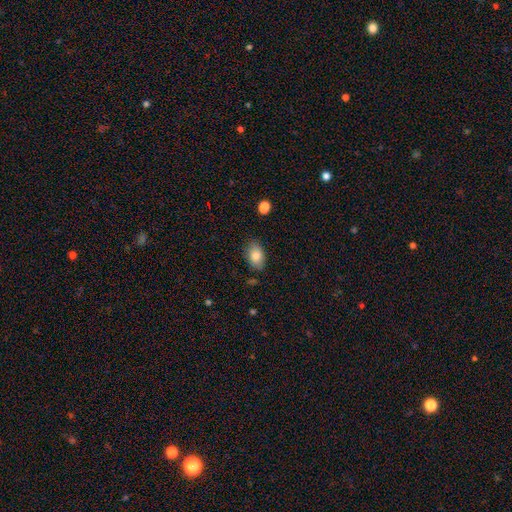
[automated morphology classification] Q: Smooth or featured?
A: smooth (84%); runner-up: featured or disk (9%)
Q: How rounded?
A: in between (90%); runner-up: round (8%)
Q: Merging?
A: none (82%); runner-up: minor disturbance (13%)